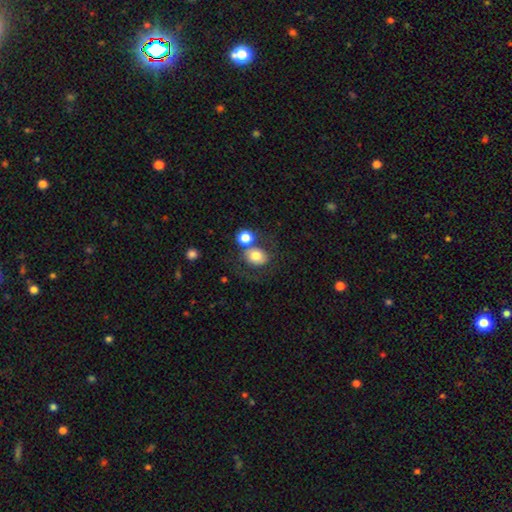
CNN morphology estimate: Smooth or featured? smooth (73%)
How rounded? round (60%)
Merging? none (47%)